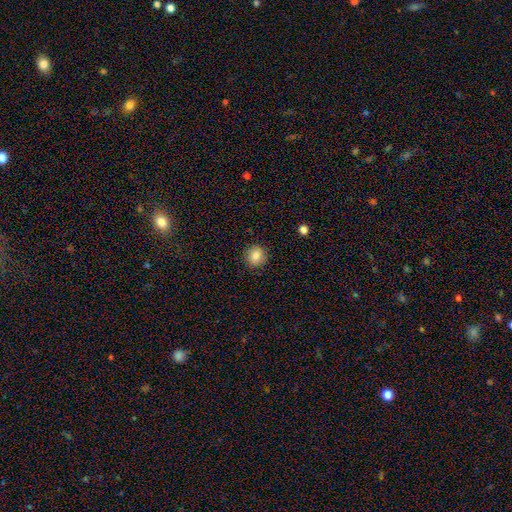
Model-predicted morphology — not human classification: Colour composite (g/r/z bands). It shows a smooth galaxy with no disk features (83%) that is round (81%). Merging: none (88%).